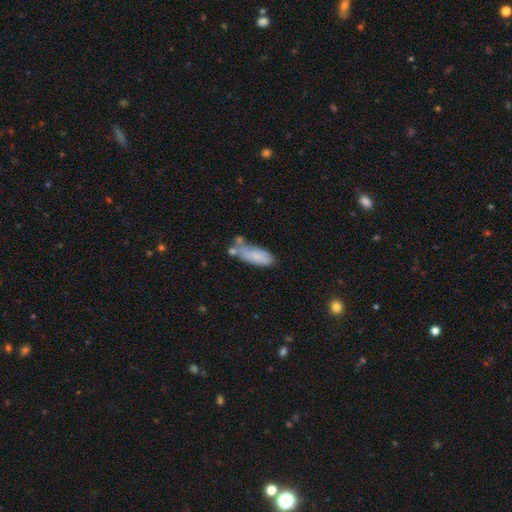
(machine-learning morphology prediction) Q: Smooth or featured?
A: smooth (75%); runner-up: featured or disk (17%)
Q: How rounded?
A: in between (72%); runner-up: cigar-shaped (26%)
Q: Merging?
A: none (38%); runner-up: minor disturbance (30%)